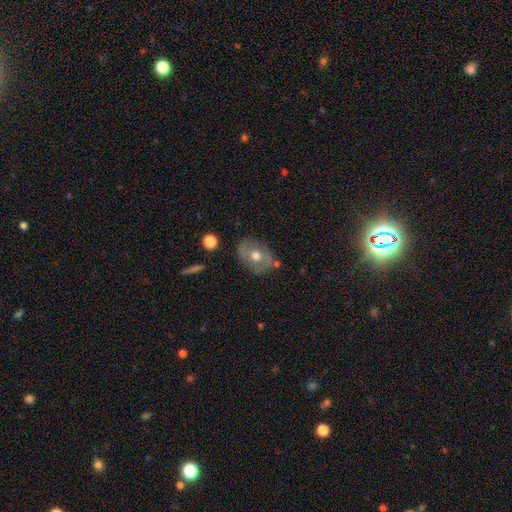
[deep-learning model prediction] This is possibly a featured or disk galaxy (48%). Merging: likely none (76%).